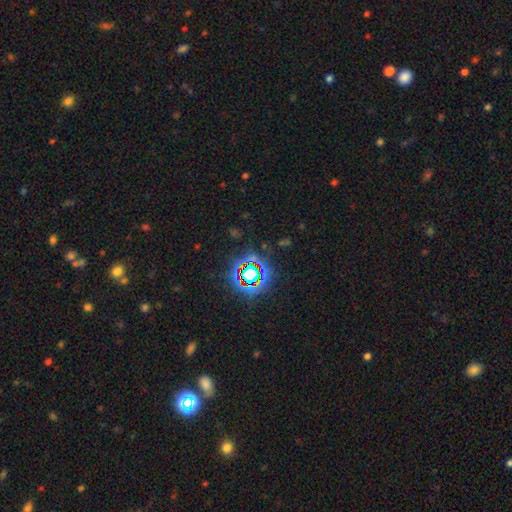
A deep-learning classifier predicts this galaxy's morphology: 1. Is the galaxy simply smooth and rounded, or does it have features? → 73% star or artifact, 17% smooth, 10% featured or disk.